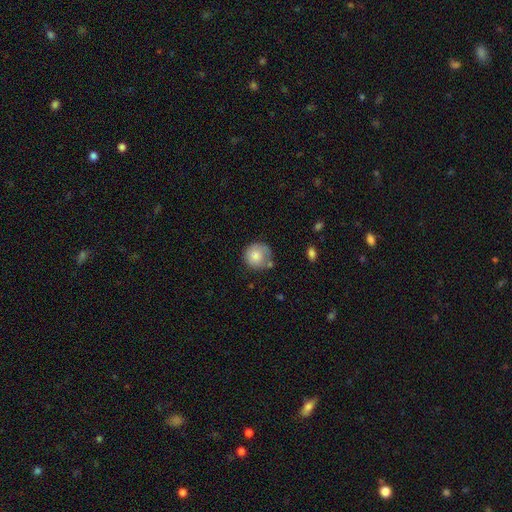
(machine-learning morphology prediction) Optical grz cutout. It shows a smooth galaxy with no disk features (78%) that is round (89%). Merging: none (57%).